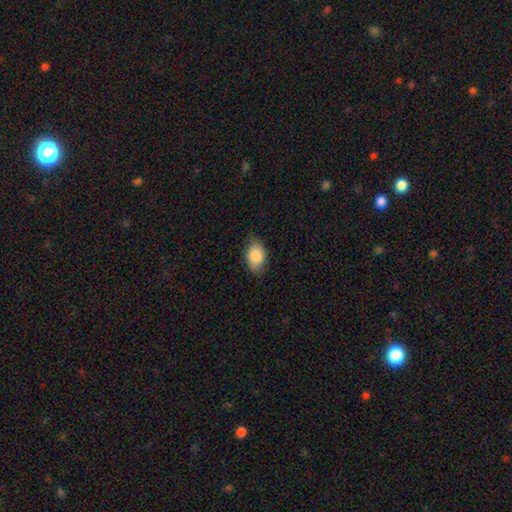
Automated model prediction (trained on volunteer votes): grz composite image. It shows a smooth galaxy with no disk features (87%) that is in between round and cigar-shaped (90%). Merging: none (75%).